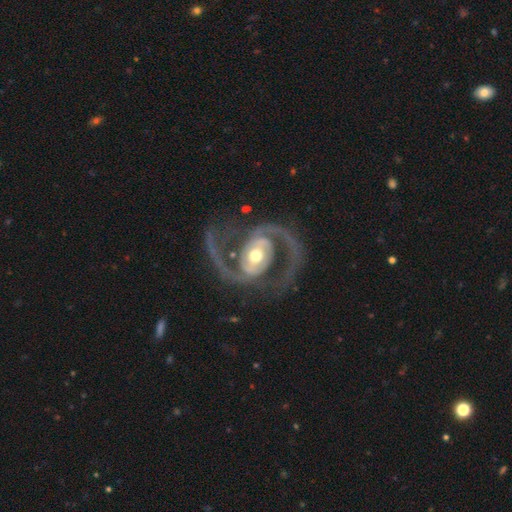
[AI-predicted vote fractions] Smooth or featured? featured or disk (92%)
Edge-on disk? no (98%)
Bar? no (41%)
Spiral arms? yes (96%)
Spiral winding? medium (55%)
Spiral arm count? 2 (93%)
Bulge size? moderate (71%)
Merging? none (72%)